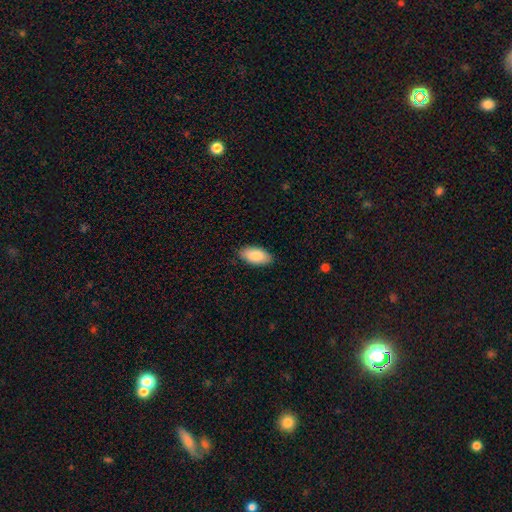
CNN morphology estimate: Smooth or featured? Predicted: smooth (p=0.87). How rounded? Predicted: in between (p=0.93). Merging? Predicted: none (p=0.86).